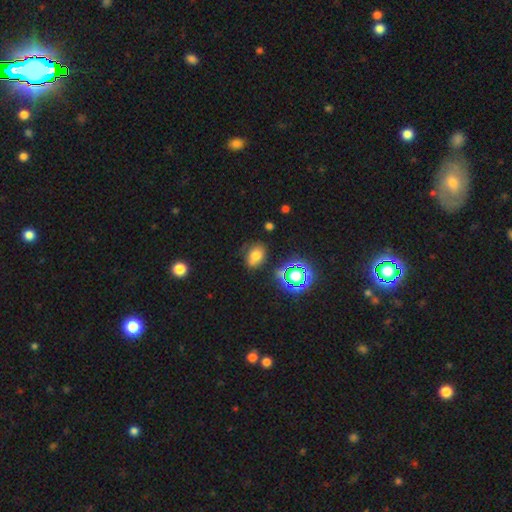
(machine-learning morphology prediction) A smooth galaxy with no disk features (66%) that is in between round and cigar-shaped (65%).

Vote fractions:
- Smooth or featured? smooth: 66% / star or artifact: 21% / featured or disk: 14%
- How rounded? in between: 65% / round: 34% / cigar-shaped: 1%
- Merging? none: 69% / minor disturbance: 21% / major disturbance: 6% / merger: 3%